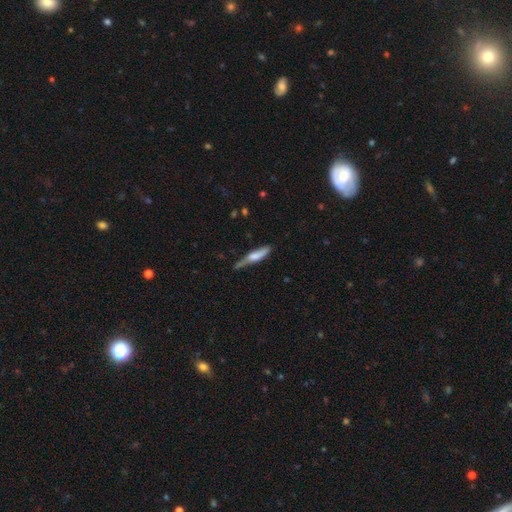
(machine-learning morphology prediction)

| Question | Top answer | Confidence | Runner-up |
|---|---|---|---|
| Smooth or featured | smooth | 57% | featured or disk (37%) |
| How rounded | cigar-shaped | 82% | in between (16%) |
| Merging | none | 53% | minor disturbance (32%) |